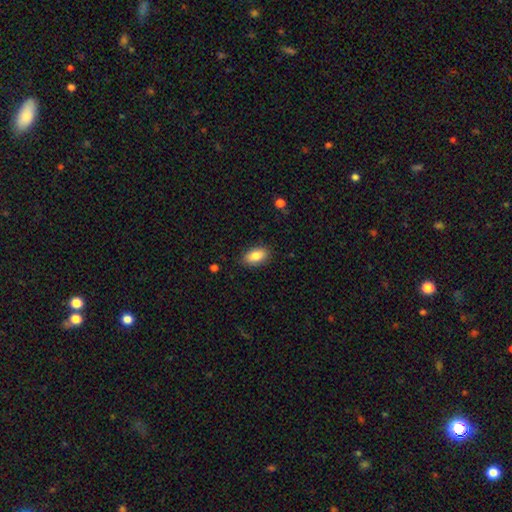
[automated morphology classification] type=smooth (85%); roundness=in between (91%); merging=none (86%).